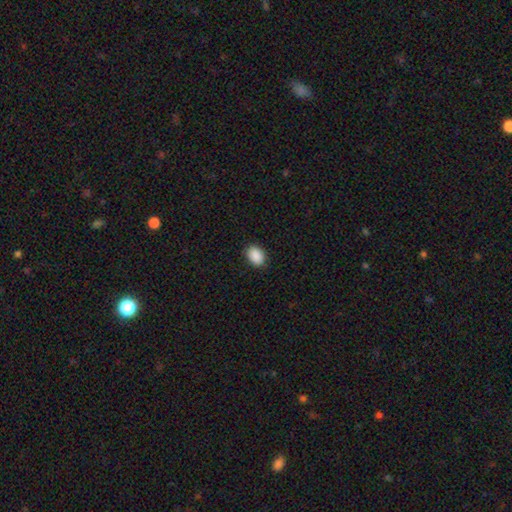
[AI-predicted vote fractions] A smooth galaxy with no disk features (90%) that is in between round and cigar-shaped (76%). Merging: none (88%).